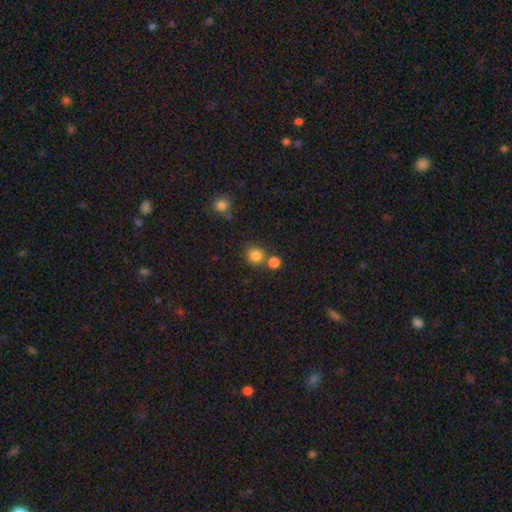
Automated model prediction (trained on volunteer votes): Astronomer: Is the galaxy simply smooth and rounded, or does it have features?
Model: smooth — 84%.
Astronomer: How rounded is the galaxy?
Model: round — 86%.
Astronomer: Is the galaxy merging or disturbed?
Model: none — 65%.